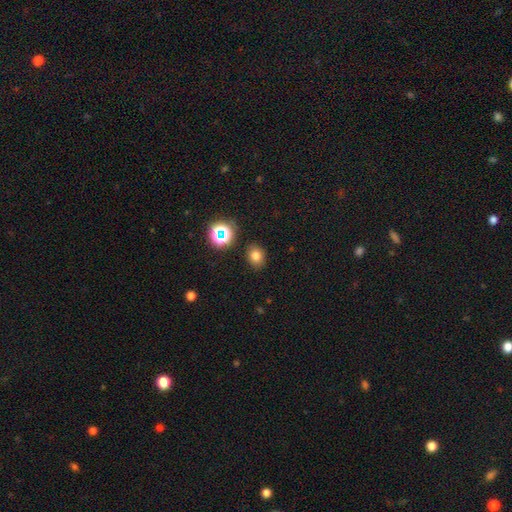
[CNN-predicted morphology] Smooth or featured? Predicted: smooth (p=0.74). How rounded? Predicted: round (p=0.51). Merging? Predicted: none (p=0.87).